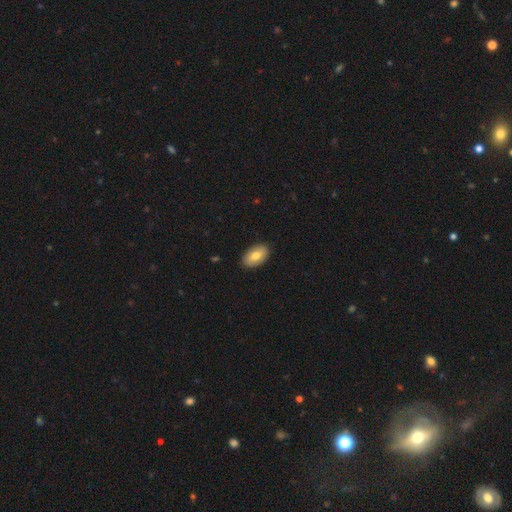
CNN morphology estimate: Smooth or featured? Predicted: smooth (p=0.76). How rounded? Predicted: in between (p=0.93). Merging? Predicted: none (p=0.90).